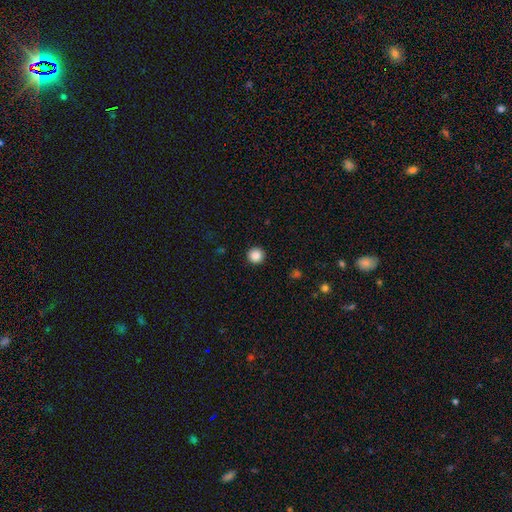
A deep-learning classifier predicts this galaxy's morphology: Smooth or featured? smooth (87%)
How rounded? round (96%)
Merging? none (93%)